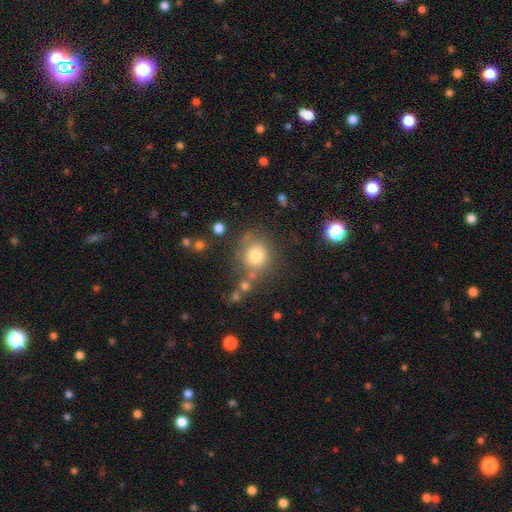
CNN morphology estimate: The model was most divided on "merging": none: 67%, minor disturbance: 15%, merger: 11%, major disturbance: 7%. More confident: how rounded — round (83%); smooth or featured — smooth (76%).